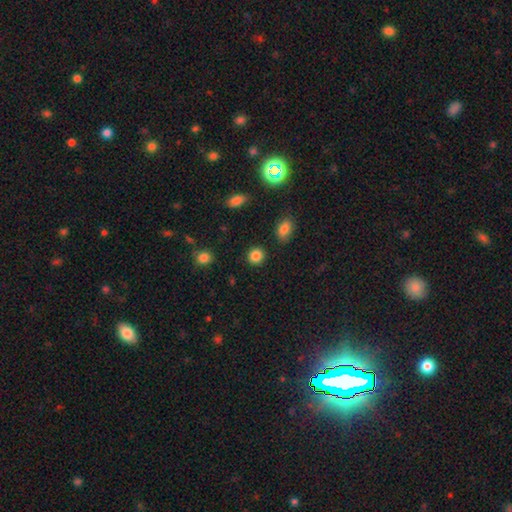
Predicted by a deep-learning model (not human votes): Morphology: type=smooth (86%); roundness=round (87%); merging=none (90%).